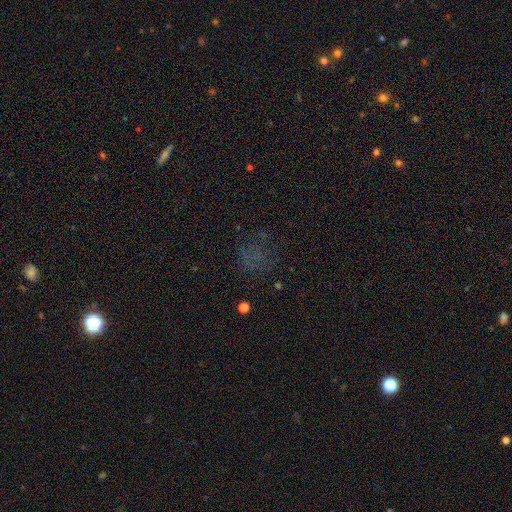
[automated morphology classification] Smooth or featured? Predicted: star or artifact (p=0.42).